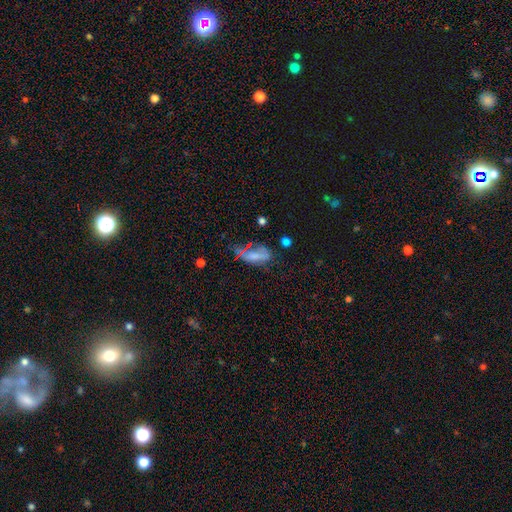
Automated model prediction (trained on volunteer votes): smooth-or-featured: smooth: 60% | featured or disk: 22% | star or artifact: 18%
  how-rounded: in between: 79% | cigar-shaped: 14% | round: 6%
  merging: none: 45% | minor disturbance: 27% | major disturbance: 20% | merger: 9%